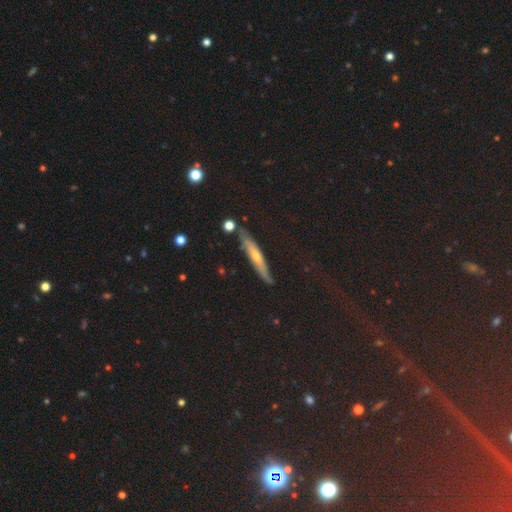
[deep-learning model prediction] This is marginally a featured or disk galaxy (42%). Merging: clearly none (82%).